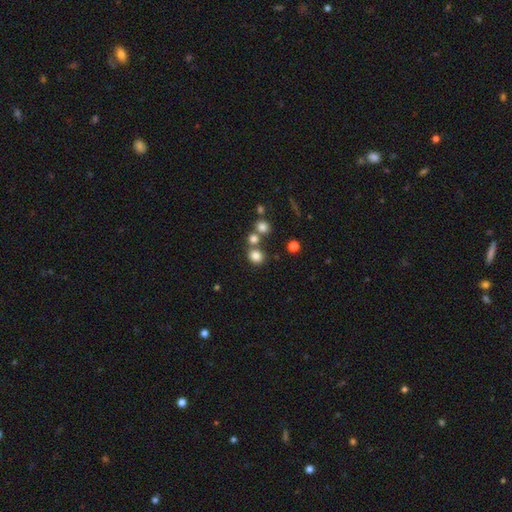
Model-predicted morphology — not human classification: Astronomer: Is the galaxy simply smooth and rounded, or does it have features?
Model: smooth — 80%.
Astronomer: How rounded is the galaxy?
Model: round — 80%.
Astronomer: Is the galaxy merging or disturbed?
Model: none — 67%.